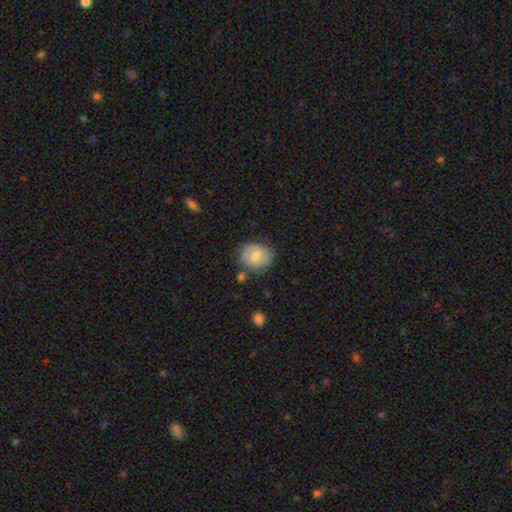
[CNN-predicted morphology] A smooth galaxy with no disk features (63%) that is round (58%). Merging: none (73%).